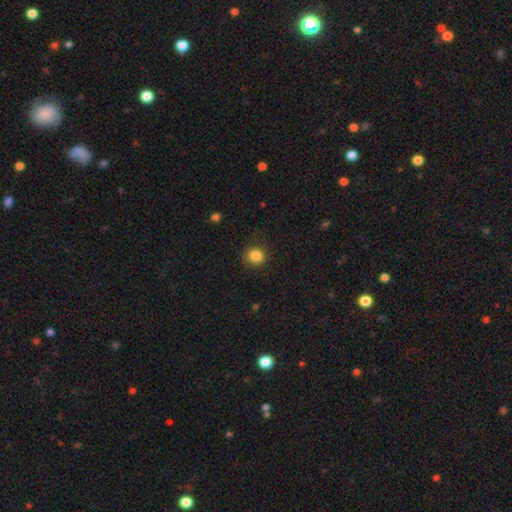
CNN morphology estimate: A smooth galaxy with no disk features (85%) that is round (86%).

Vote fractions:
- Smooth or featured? smooth: 85% / star or artifact: 11% / featured or disk: 4%
- How rounded? round: 86% / in between: 13% / cigar-shaped: 1%
- Merging? none: 85% / minor disturbance: 11% / major disturbance: 3% / merger: 1%